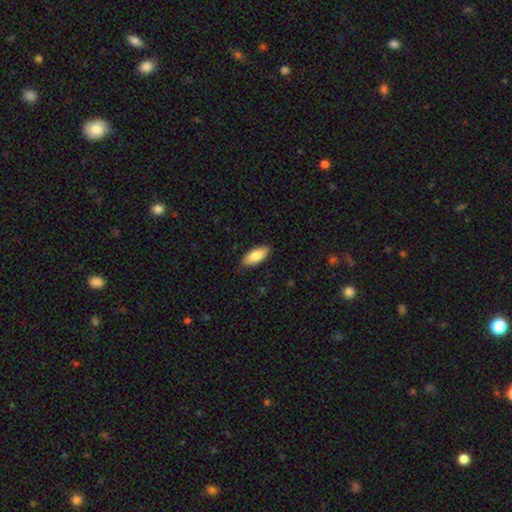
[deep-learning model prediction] A smooth galaxy with no disk features (84%) that is in between round and cigar-shaped (85%).

Vote fractions:
- Smooth or featured? smooth: 84% / featured or disk: 10% / star or artifact: 6%
- How rounded? in between: 85% / cigar-shaped: 13% / round: 2%
- Merging? none: 87% / minor disturbance: 11% / major disturbance: 2% / merger: 1%